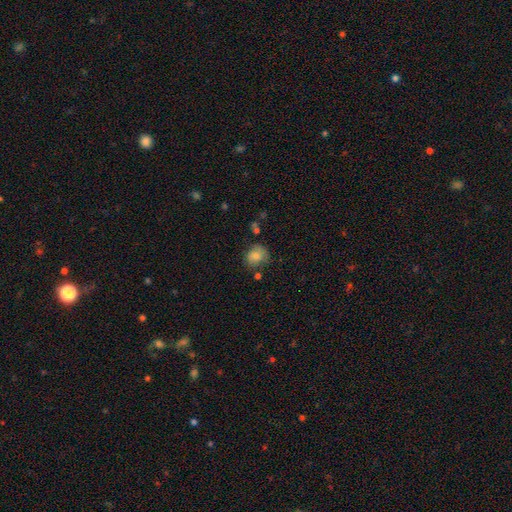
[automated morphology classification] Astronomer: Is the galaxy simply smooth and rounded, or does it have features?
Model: smooth — 81%.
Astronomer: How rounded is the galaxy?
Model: round — 69%.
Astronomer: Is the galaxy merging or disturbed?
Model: none — 61%.